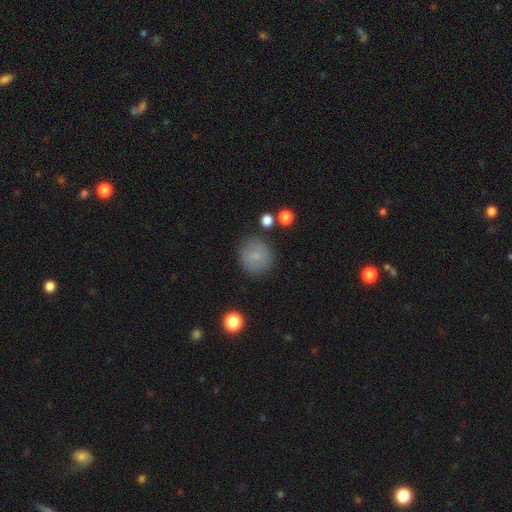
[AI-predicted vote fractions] This appears to be a smooth galaxy with no disk features (78%) that is round (87%). Merging: none (84%).